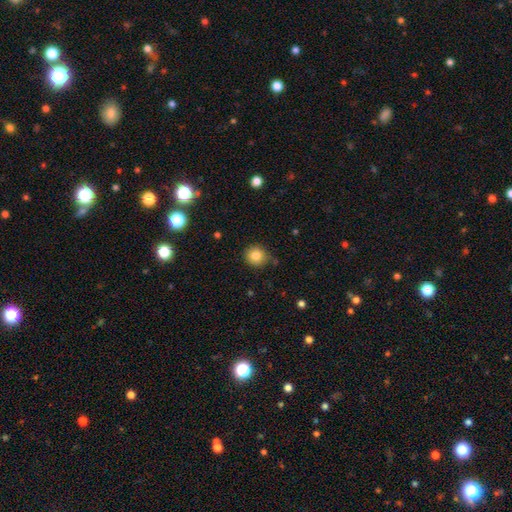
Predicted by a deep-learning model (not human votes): smooth 83%, star or artifact 11%, featured or disk 6%. Down the decision tree: how rounded — round (91%); merging — none (83%).